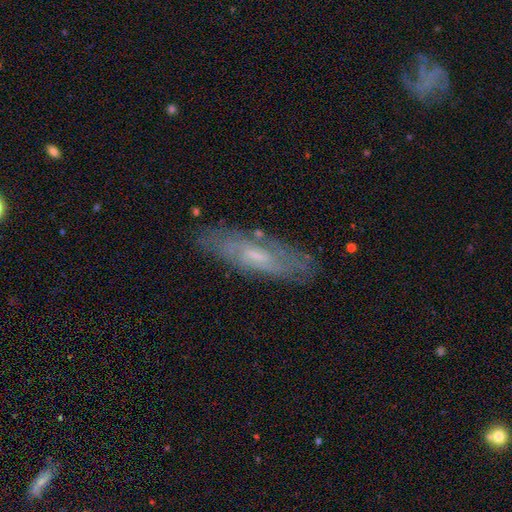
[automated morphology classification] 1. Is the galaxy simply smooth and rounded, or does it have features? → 59% featured or disk, 33% smooth, 8% star or artifact.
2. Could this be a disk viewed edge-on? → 60% no, 40% yes.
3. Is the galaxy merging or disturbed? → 80% none, 15% minor disturbance, 4% major disturbance, 2% merger.